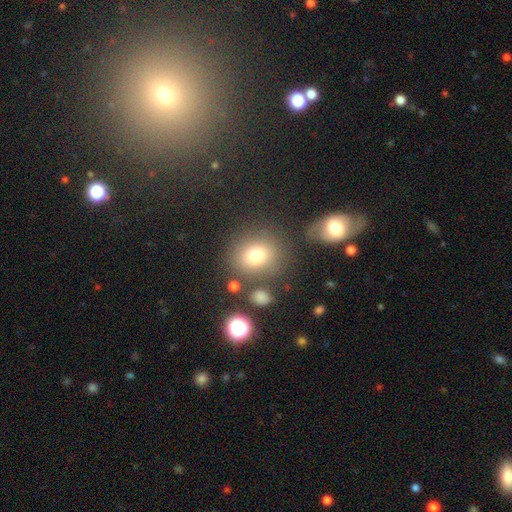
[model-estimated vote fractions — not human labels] Morphology: type=smooth (76%); roundness=round (75%); merging=none (76%).